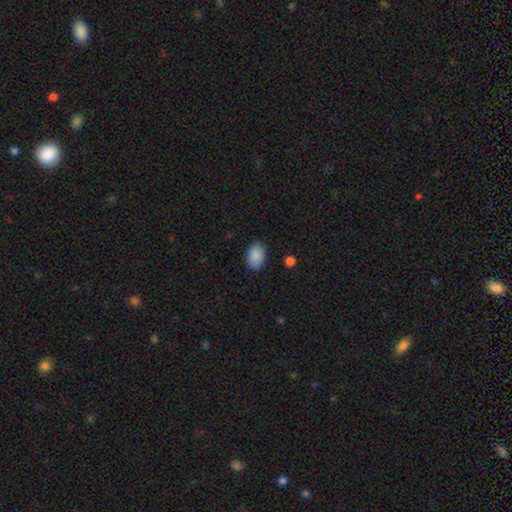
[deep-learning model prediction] Overall: smooth (89%). How rounded: in between (89%). Merging: none (86%).